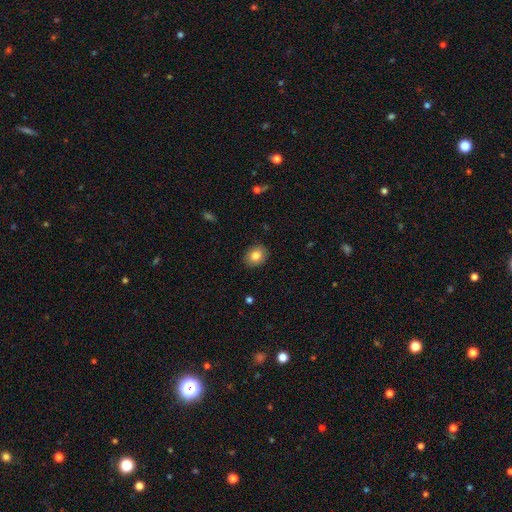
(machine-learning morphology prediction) smooth-or-featured: smooth: 84% | star or artifact: 8% | featured or disk: 8%
  how-rounded: in between: 51% | round: 48% | cigar-shaped: 1%
  merging: none: 88% | minor disturbance: 9% | major disturbance: 2% | merger: 1%